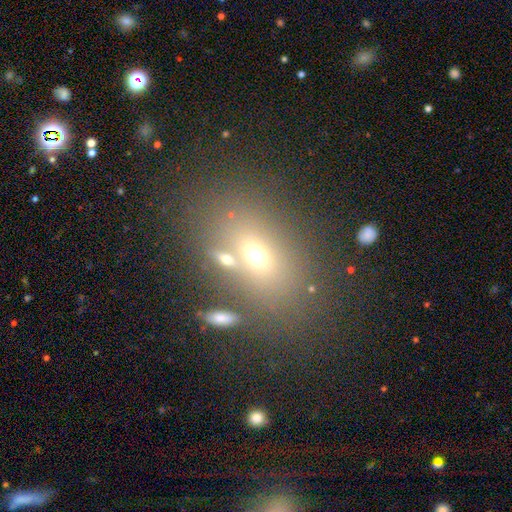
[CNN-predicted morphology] This is possibly a smooth galaxy (59%). How rounded: likely in between (70%). Merging: likely none (65%).